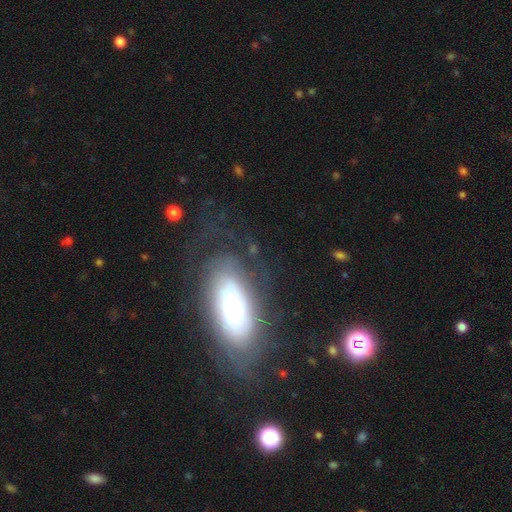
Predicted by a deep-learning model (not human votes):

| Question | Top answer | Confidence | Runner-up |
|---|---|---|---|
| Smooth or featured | featured or disk | 49% | smooth (40%) |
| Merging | none | 74% | minor disturbance (15%) |